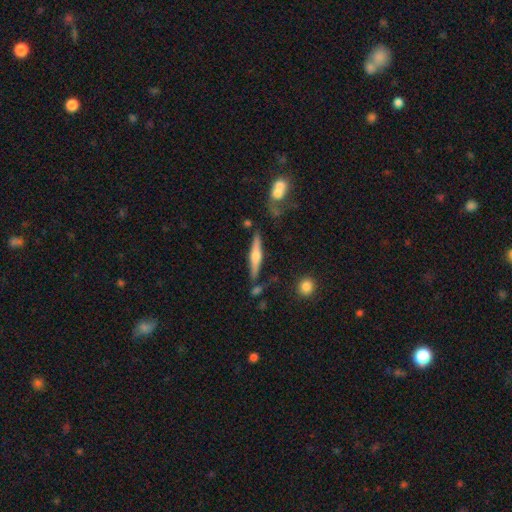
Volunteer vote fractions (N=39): Smooth or featured?
  - featured or disk: 62% *
  - smooth: 33%
  - star or artifact: 5%
Edge-on disk?
  - yes: 96% *
  - no: 4%
Edge-on bulge?
  - rounded: 91% *
  - boxy: 9%
  - none: 0%
Merging?
  - none: 76% *
  - minor disturbance: 16%
  - merger: 8%
  - major disturbance: 0%